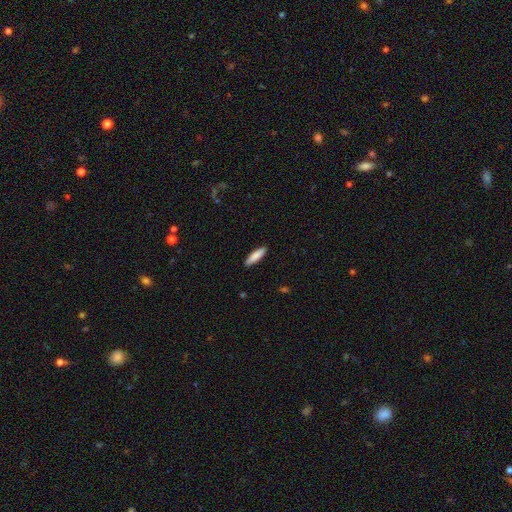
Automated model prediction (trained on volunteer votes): smooth_or_featured: smooth (p=0.86) [alt: featured or disk p=0.08]
how_rounded: cigar-shaped (p=0.68) [alt: in between p=0.31]
merging: none (p=0.89) [alt: minor disturbance p=0.08]